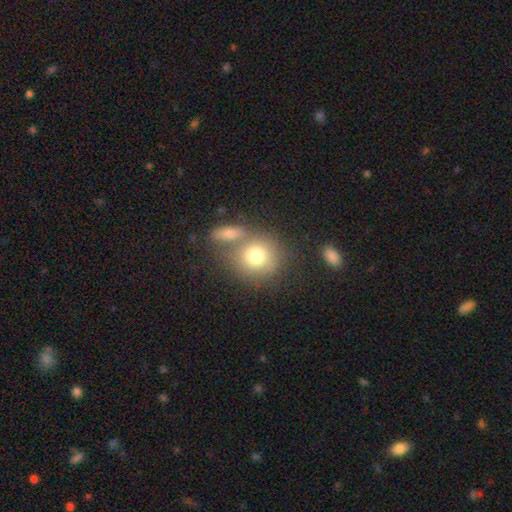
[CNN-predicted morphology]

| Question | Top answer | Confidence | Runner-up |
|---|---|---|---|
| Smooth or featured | smooth | 77% | featured or disk (14%) |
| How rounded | round | 80% | in between (18%) |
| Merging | none | 52% | merger (31%) |